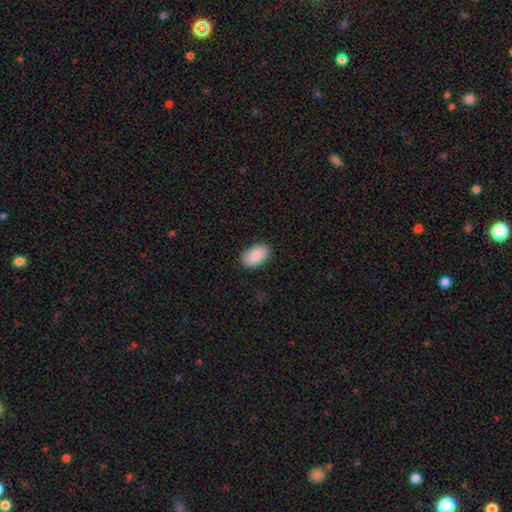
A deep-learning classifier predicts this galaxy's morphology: A smooth galaxy with no disk features (89%) that is in between round and cigar-shaped (93%).

Vote fractions:
- Smooth or featured? smooth: 89% / star or artifact: 6% / featured or disk: 5%
- How rounded? in between: 93% / round: 6% / cigar-shaped: 1%
- Merging? none: 88% / minor disturbance: 9% / major disturbance: 2% / merger: 1%